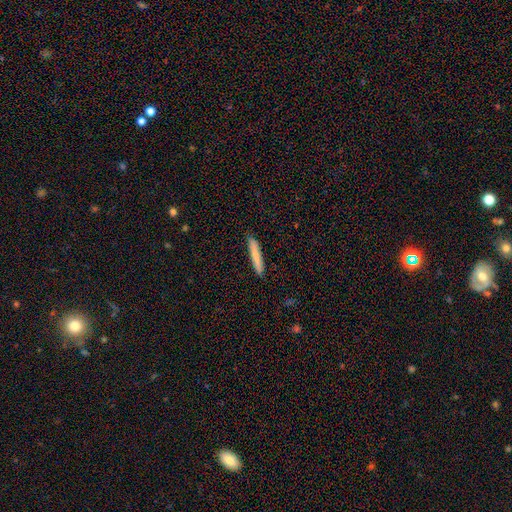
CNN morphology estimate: Overall: smooth (68%). How rounded: cigar-shaped (94%). Merging: none (90%).